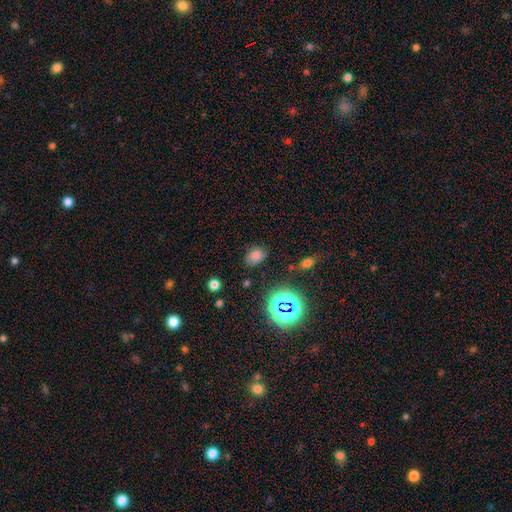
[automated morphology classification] Smooth or featured: smooth — 67% (star or artifact — 24%)
How rounded: in between — 68% (round — 30%)
Merging: none — 74% (minor disturbance — 19%)